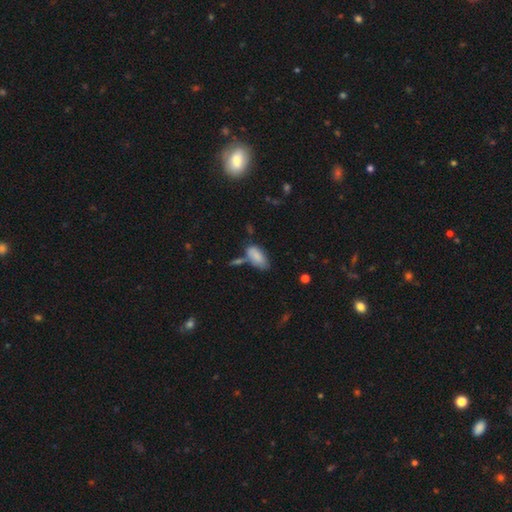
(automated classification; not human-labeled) This is clearly a smooth galaxy (83%). How rounded: clearly in between (91%). Merging: possibly none (49%).